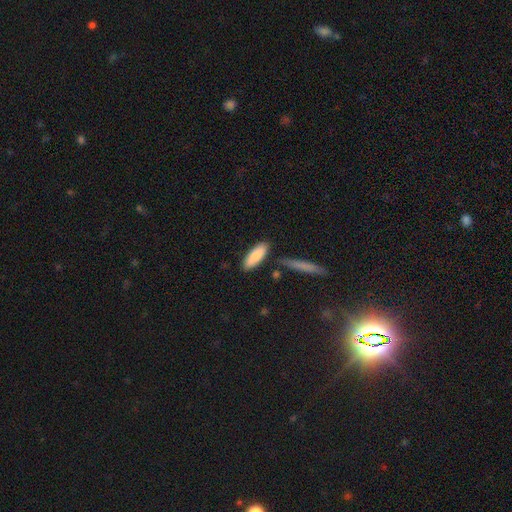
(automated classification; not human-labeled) This appears to be a smooth galaxy with no disk features (84%) that is in between round and cigar-shaped (66%). Merging: none (81%).